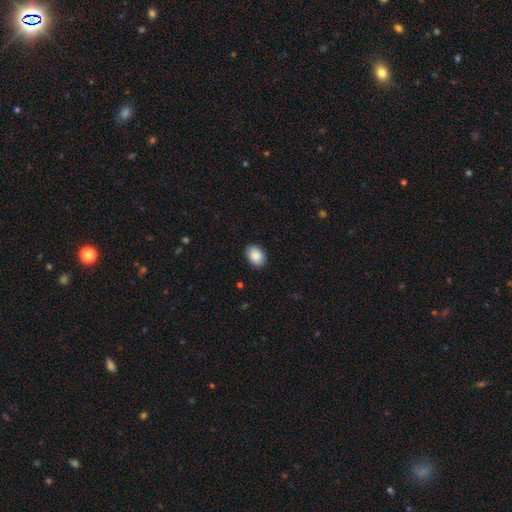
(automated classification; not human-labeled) Smooth or featured? smooth (89%)
How rounded? in between (79%)
Merging? none (89%)